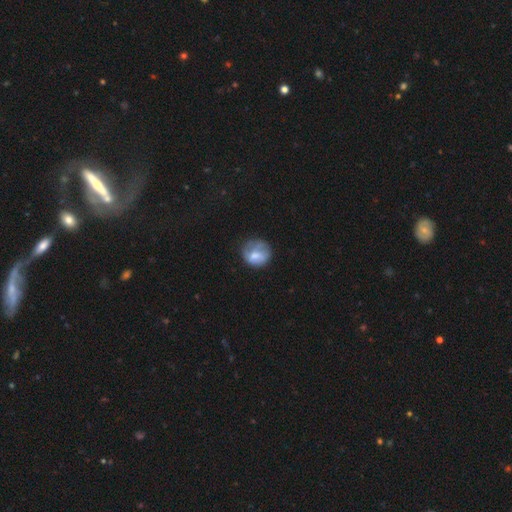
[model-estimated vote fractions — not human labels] smooth-or-featured: smooth: 60% | featured or disk: 32% | star or artifact: 8%
  how-rounded: round: 77% | in between: 22% | cigar-shaped: 1%
  merging: none: 54% | minor disturbance: 28% | major disturbance: 16% | merger: 2%